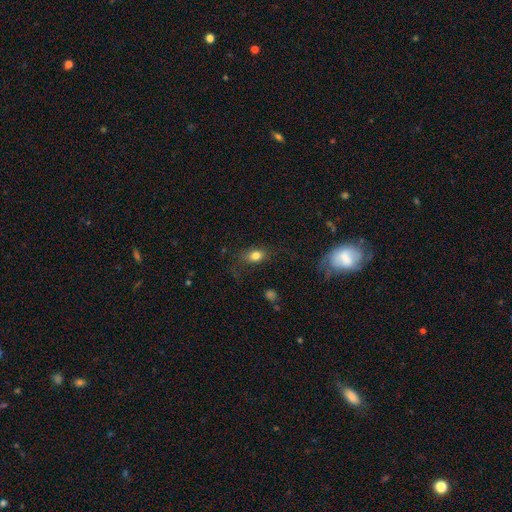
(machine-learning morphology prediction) smooth 78%, featured or disk 11%, star or artifact 10%. Down the decision tree: how rounded — in between (76%); merging — none (67%).